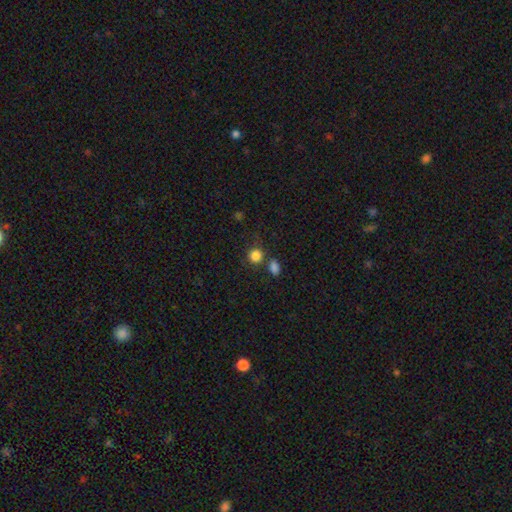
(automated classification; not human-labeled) This is clearly a smooth galaxy (84%). How rounded: clearly round (86%). Merging: likely none (69%).